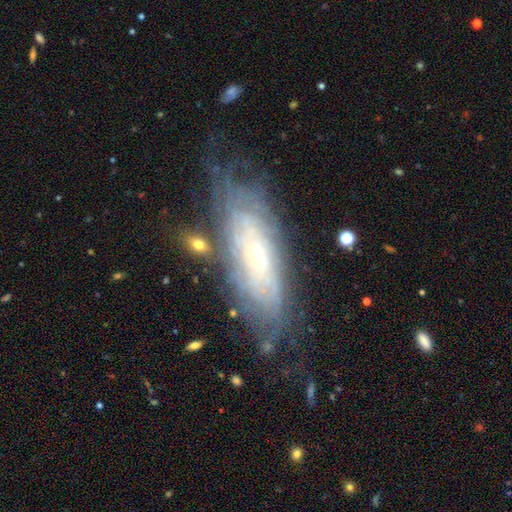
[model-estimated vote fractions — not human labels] Morphology: type=featured or disk (74%); edge-on=no (84%); bar=no (77%); spiral arms=yes (83%); winding=tight (78%); arm count=can't tell (68%); bulge=small (78%); merging=none (66%).